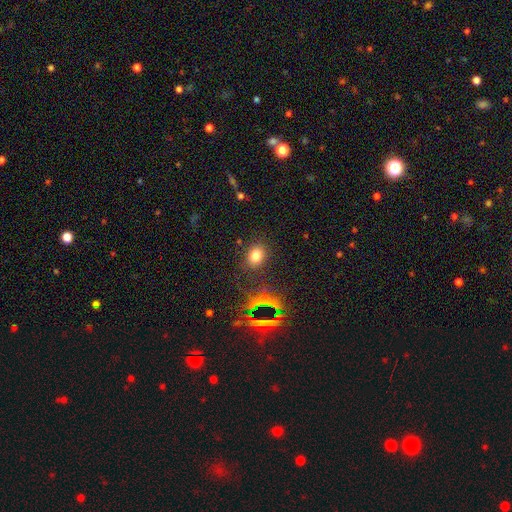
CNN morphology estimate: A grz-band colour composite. It shows a smooth galaxy with no disk features (78%) that is in between round and cigar-shaped (56%). Merging: none (83%).